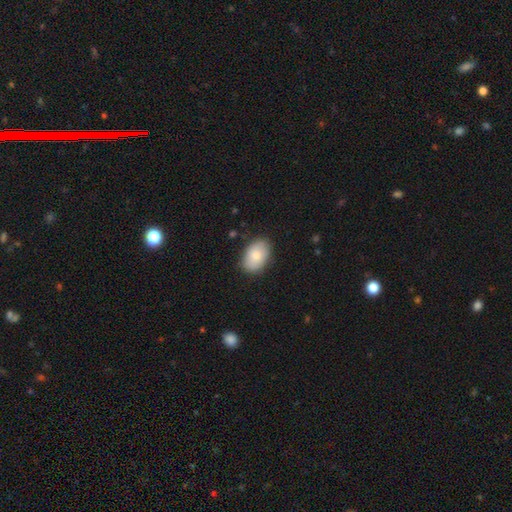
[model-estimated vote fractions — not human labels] A smooth galaxy with no disk features (81%) that is in between round and cigar-shaped (89%). Merging: none (84%).